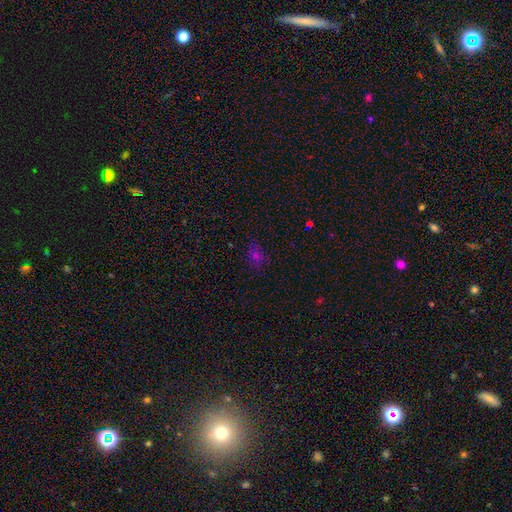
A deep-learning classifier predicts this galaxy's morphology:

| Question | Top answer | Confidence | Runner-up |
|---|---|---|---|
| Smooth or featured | smooth | 68% | star or artifact (21%) |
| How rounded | in between | 73% | round (24%) |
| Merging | none | 75% | minor disturbance (18%) |